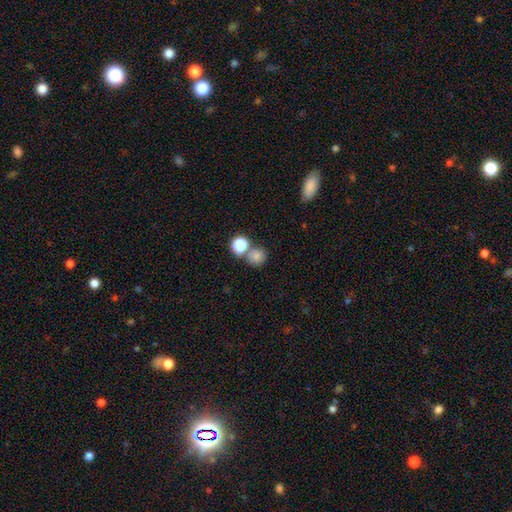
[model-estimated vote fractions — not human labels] The model was most divided on "merging": none: 59%, merger: 28%, minor disturbance: 9%, major disturbance: 4%. More confident: how rounded — round (86%); smooth or featured — smooth (78%).